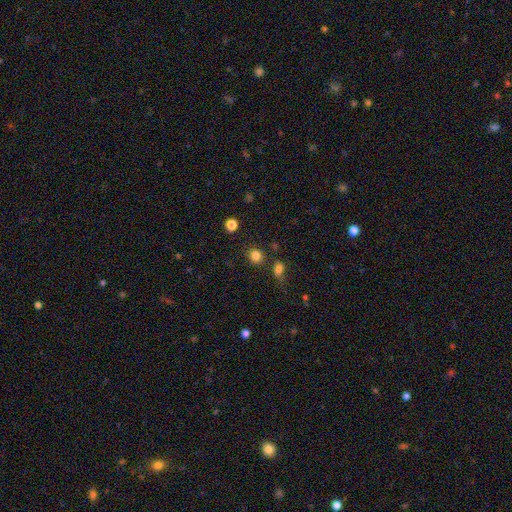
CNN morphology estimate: type=smooth (81%); roundness=round (85%); merging=none (81%).